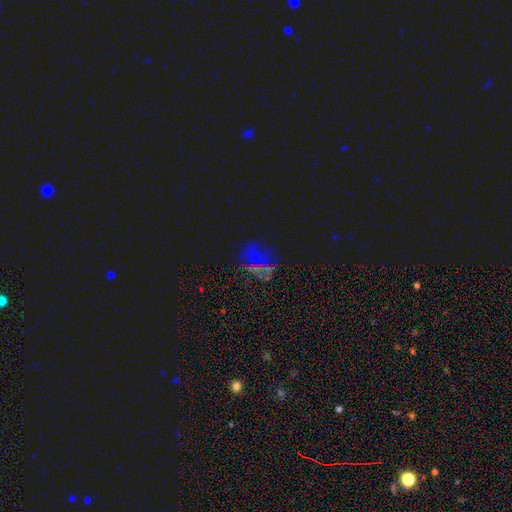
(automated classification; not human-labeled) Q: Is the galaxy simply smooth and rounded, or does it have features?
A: star or artifact — 52%.